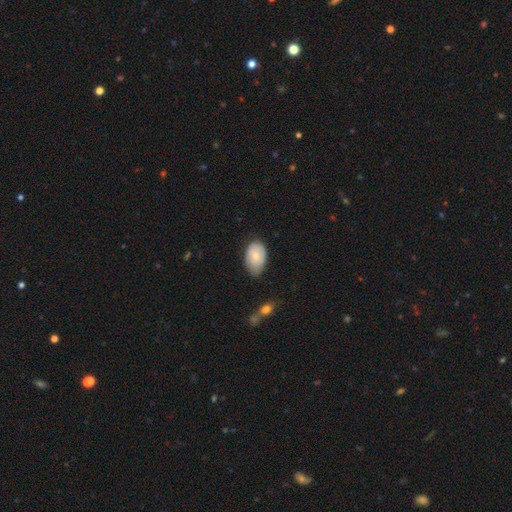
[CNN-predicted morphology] This appears to be a smooth galaxy with no disk features (72%) that is in between round and cigar-shaped (88%). Merging: none (56%).